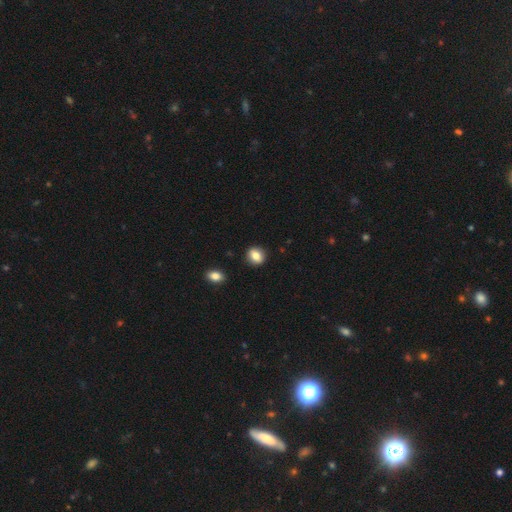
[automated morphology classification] A smooth galaxy with no disk features (82%) that is round (67%).

Vote fractions:
- Smooth or featured? smooth: 82% / star or artifact: 9% / featured or disk: 9%
- How rounded? round: 67% / in between: 32% / cigar-shaped: 1%
- Merging? none: 90% / minor disturbance: 7% / major disturbance: 2% / merger: 2%